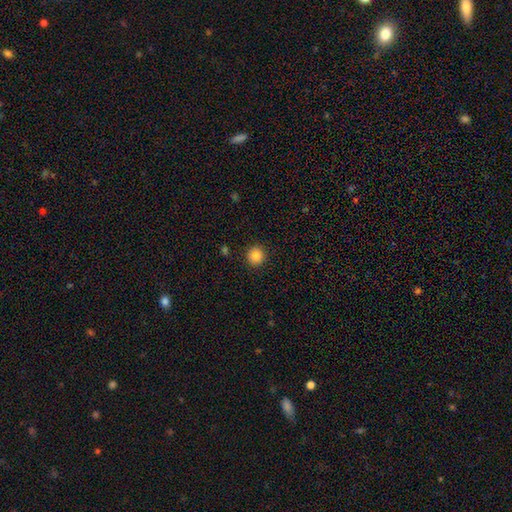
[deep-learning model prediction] A smooth galaxy with no disk features (86%) that is round (93%). Merging: none (92%).